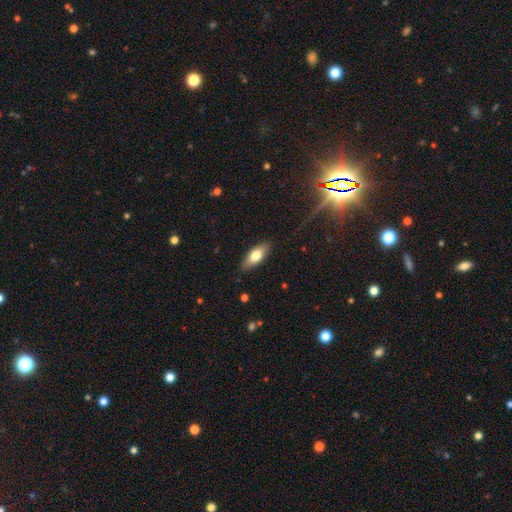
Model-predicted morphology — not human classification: This is likely a smooth galaxy (72%). How rounded: likely in between (76%). Merging: clearly none (87%).